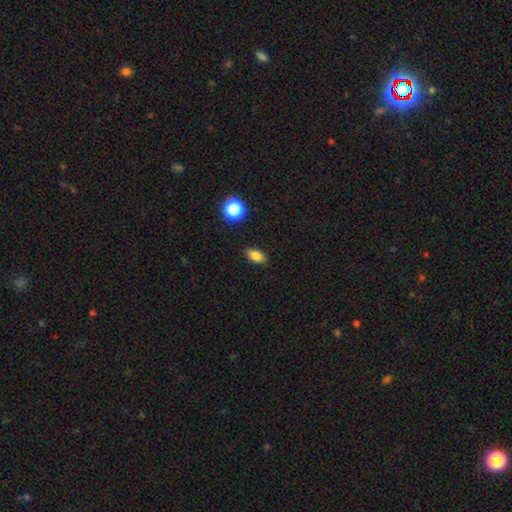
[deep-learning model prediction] Smooth or featured?
  - smooth: 80% *
  - featured or disk: 10%
  - star or artifact: 10%
How rounded?
  - in between: 83% *
  - round: 8%
  - cigar-shaped: 8%
Merging?
  - none: 87% *
  - minor disturbance: 10%
  - major disturbance: 2%
  - merger: 1%